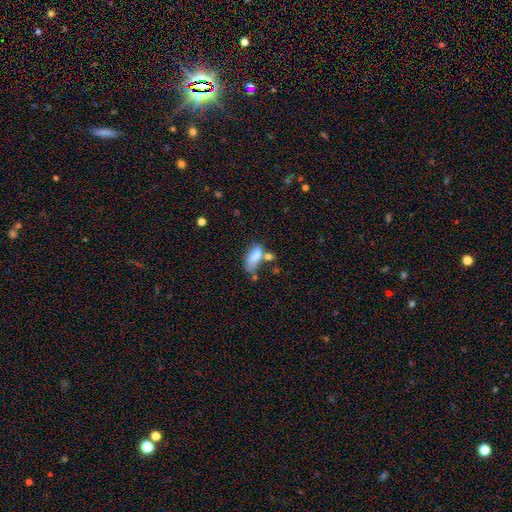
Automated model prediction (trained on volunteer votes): This appears to be a smooth galaxy with no disk features (77%) that is in between round and cigar-shaped (85%). Merging: none (31%).